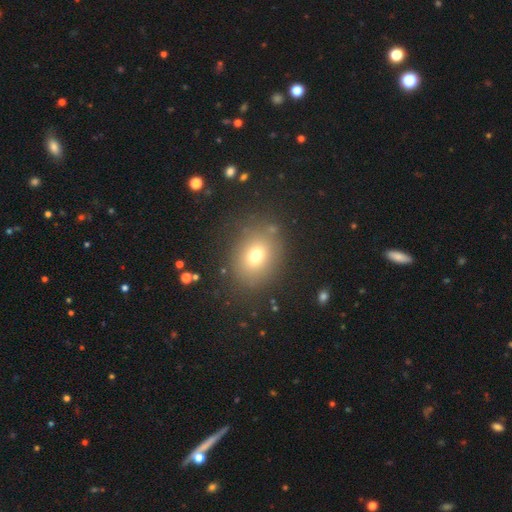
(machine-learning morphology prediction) A smooth galaxy with no disk features (71%) that is round (55%). Merging: none (82%).